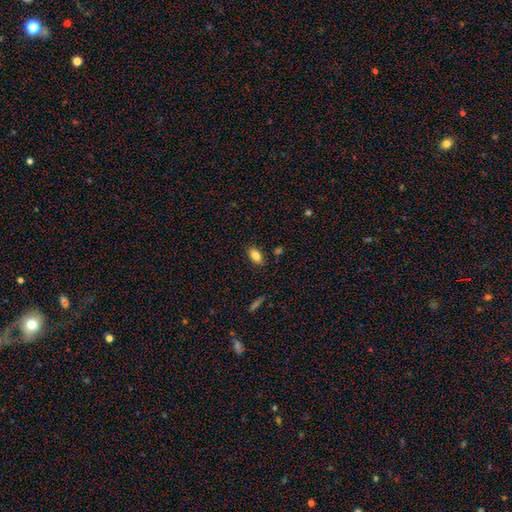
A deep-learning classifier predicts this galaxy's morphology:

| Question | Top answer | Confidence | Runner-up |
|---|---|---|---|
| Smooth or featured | smooth | 84% | star or artifact (9%) |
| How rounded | in between | 90% | cigar-shaped (5%) |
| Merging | none | 84% | minor disturbance (11%) |